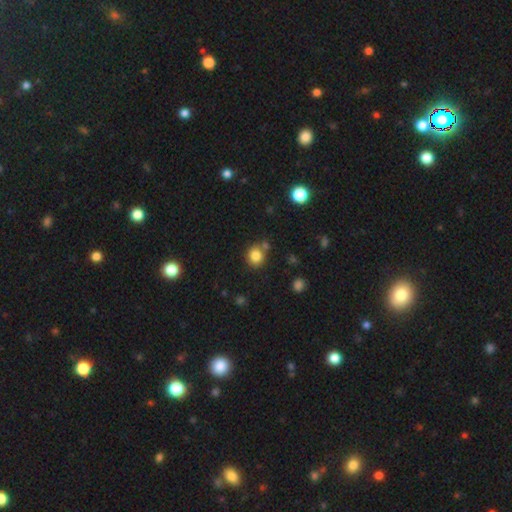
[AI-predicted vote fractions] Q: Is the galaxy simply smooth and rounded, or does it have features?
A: smooth — 82%.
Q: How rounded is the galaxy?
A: round — 82%.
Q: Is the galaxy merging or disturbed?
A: none — 70%.